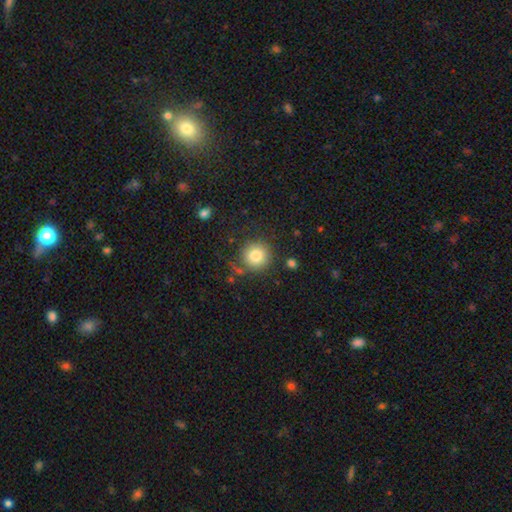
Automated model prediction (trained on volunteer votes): Morphology: type=smooth (83%); roundness=round (94%); merging=none (82%).